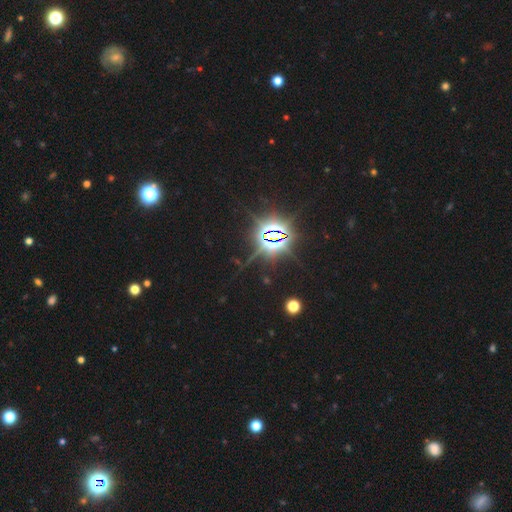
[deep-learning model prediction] Smooth or featured? star or artifact (86%)